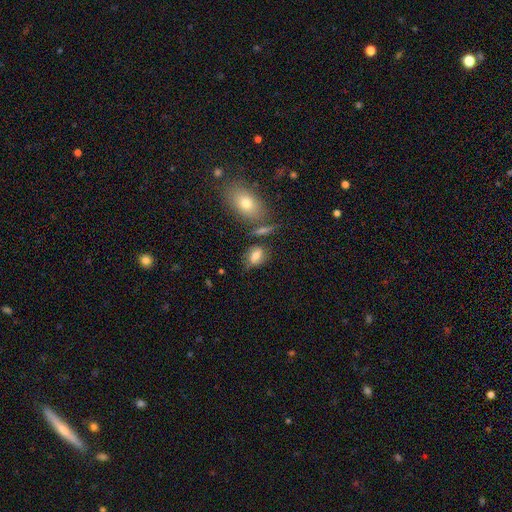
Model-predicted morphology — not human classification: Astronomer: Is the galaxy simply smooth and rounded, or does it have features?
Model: smooth — 62%.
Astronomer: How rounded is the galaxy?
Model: in between — 71%.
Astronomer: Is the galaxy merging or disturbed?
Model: none — 59%.